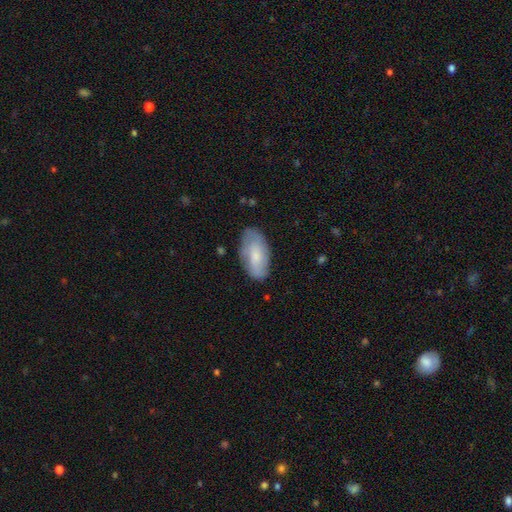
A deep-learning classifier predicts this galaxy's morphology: type=smooth (62%); roundness=in between (93%); merging=none (73%).